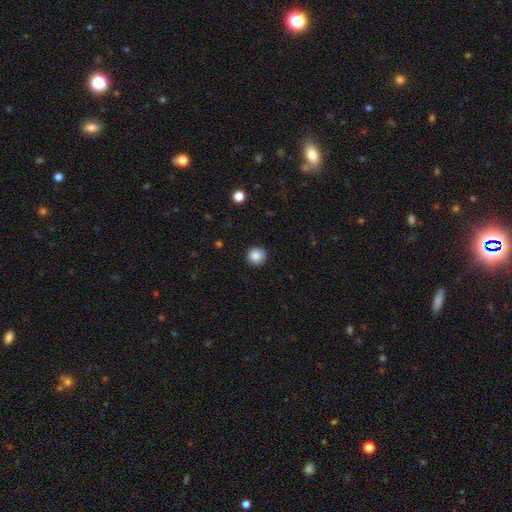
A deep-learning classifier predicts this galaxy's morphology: Smooth or featured: smooth — 86% (star or artifact — 9%)
How rounded: round — 94% (in between — 5%)
Merging: none — 92% (minor disturbance — 6%)